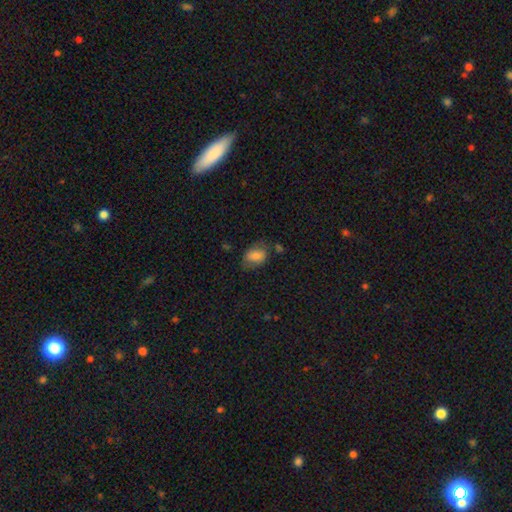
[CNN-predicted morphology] smooth-or-featured: smooth: 74% | featured or disk: 18% | star or artifact: 8%
  how-rounded: in between: 82% | round: 16% | cigar-shaped: 1%
  merging: none: 58% | minor disturbance: 25% | major disturbance: 12% | merger: 5%